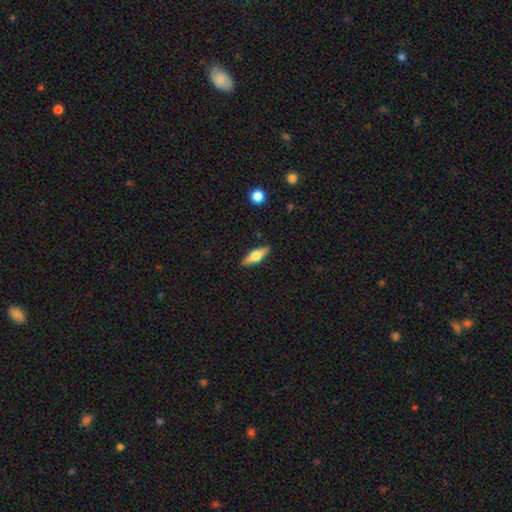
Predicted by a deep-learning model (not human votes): smooth-or-featured: featured or disk: 56% | smooth: 38% | star or artifact: 6%
  disk-edge-on: yes: 95% | no: 5%
    edge-on-bulge: rounded: 93% | boxy: 5% | none: 2%
  merging: none: 89% | minor disturbance: 8% | major disturbance: 2% | merger: 1%